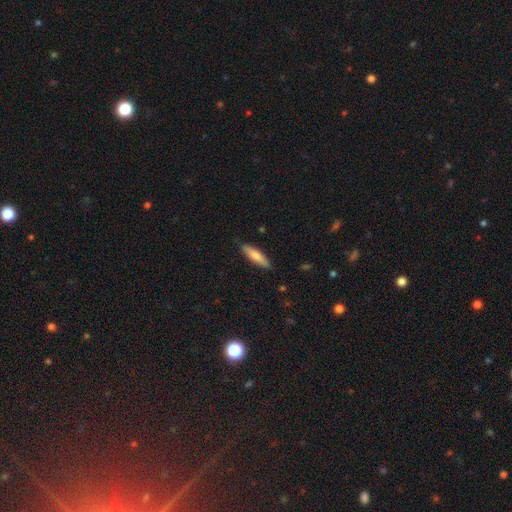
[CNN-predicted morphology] This is likely a smooth galaxy (75%). How rounded: likely cigar-shaped (73%). Merging: clearly none (87%).